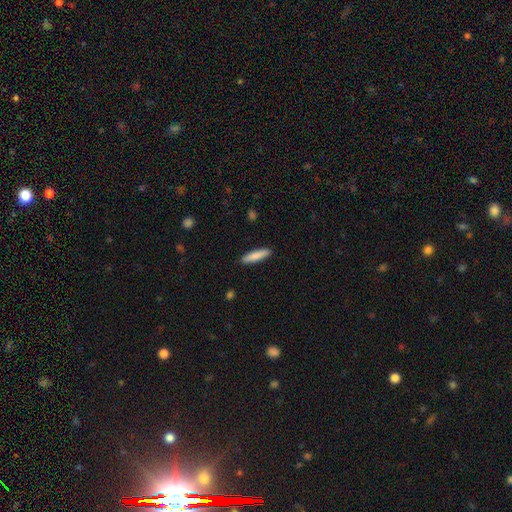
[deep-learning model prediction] This appears to be a smooth galaxy with no disk features (84%) that is cigar-shaped (83%). Merging: none (90%).